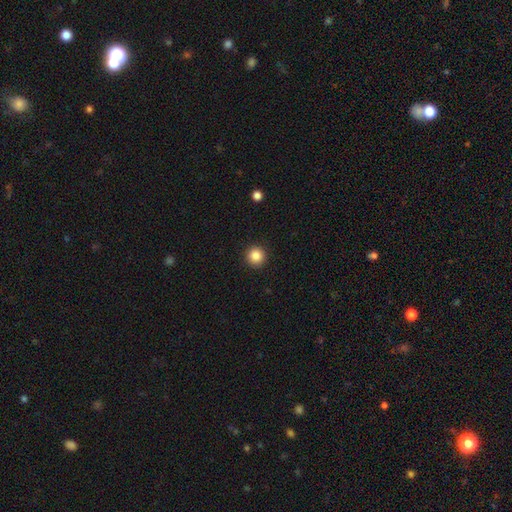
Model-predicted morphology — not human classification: Smooth or featured? smooth (86%)
How rounded? round (95%)
Merging? none (93%)